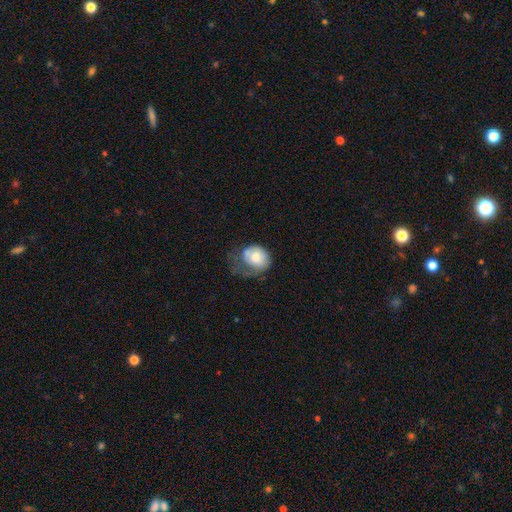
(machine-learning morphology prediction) The model was most divided on "merging": major disturbance: 43%, minor disturbance: 29%, none: 24%, merger: 4%. More confident: smooth or featured — smooth (65%); how rounded — round (58%).